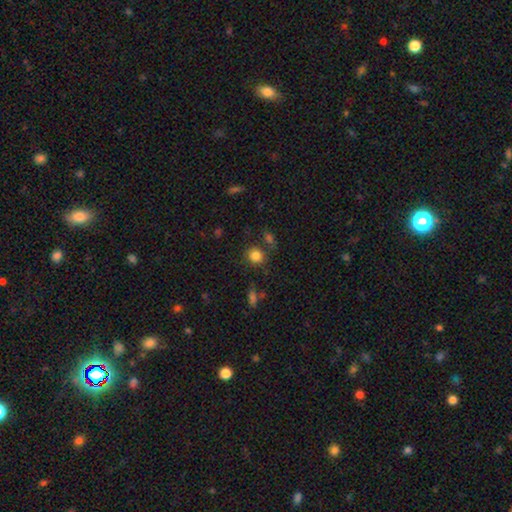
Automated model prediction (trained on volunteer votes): Morphology: type=smooth (83%); roundness=round (83%); merging=none (74%).